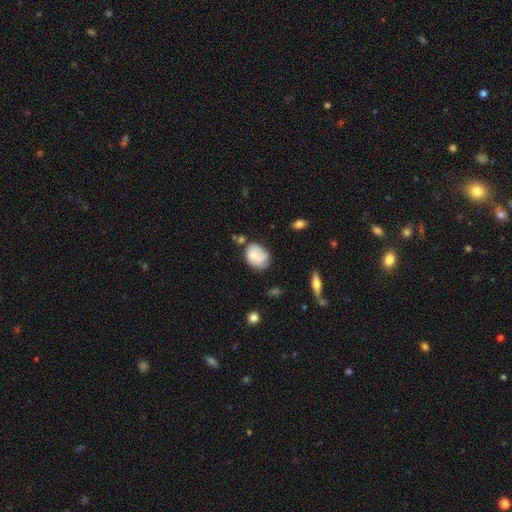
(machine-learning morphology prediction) Smooth or featured: smooth — 68% (featured or disk — 23%)
How rounded: in between — 62% (round — 37%)
Merging: none — 53% (minor disturbance — 28%)